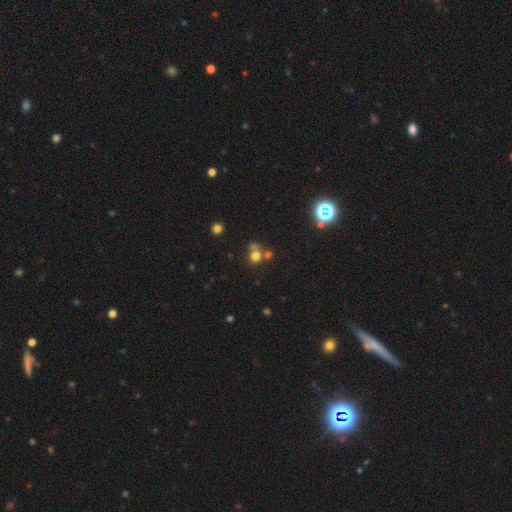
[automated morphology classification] A smooth galaxy with no disk features (68%) that is round (79%). Merging: none (44%).